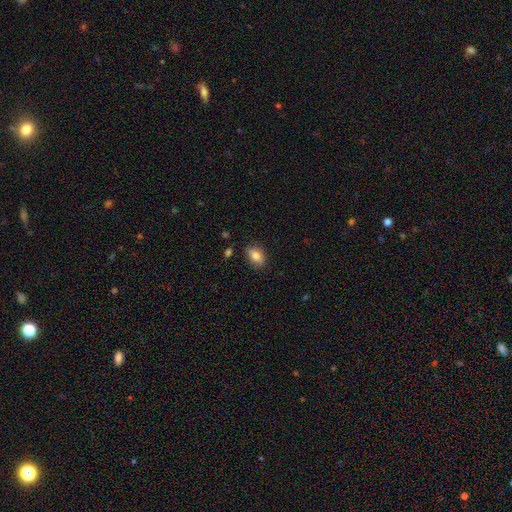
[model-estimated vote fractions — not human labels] Q: Smooth or featured?
A: smooth (82%); runner-up: featured or disk (10%)
Q: How rounded?
A: in between (86%); runner-up: round (11%)
Q: Merging?
A: none (83%); runner-up: minor disturbance (13%)